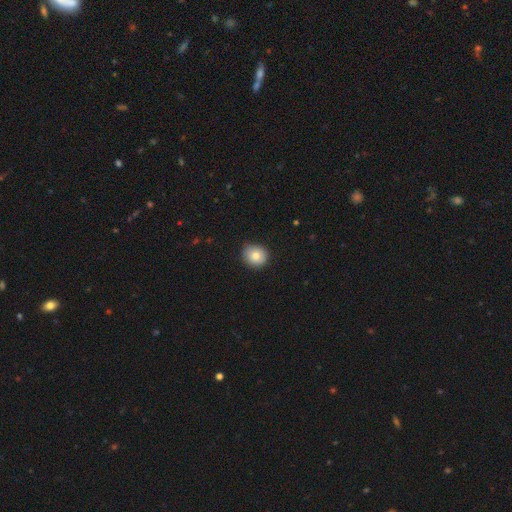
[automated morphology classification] type=smooth (80%); roundness=round (85%); merging=none (87%).